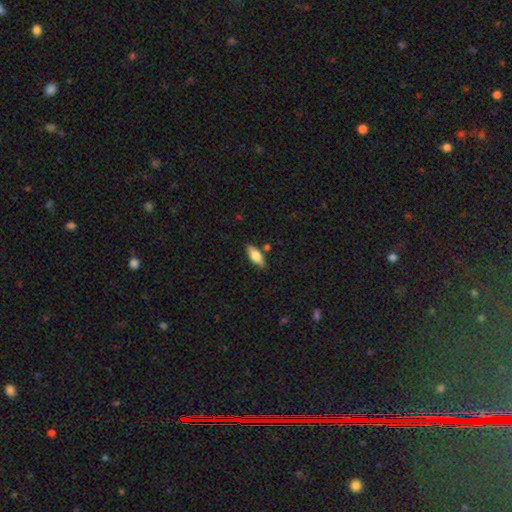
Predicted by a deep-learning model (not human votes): Smooth or featured? smooth (61%)
How rounded? in between (67%)
Merging? none (83%)